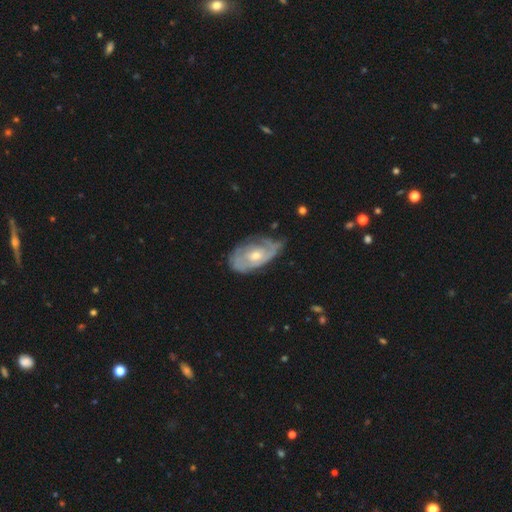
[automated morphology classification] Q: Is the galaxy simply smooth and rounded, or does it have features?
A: featured or disk — 79%.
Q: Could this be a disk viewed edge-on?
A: no — 94%.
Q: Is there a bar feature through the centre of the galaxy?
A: no — 71%.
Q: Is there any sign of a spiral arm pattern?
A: yes — 88%.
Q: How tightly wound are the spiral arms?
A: tight — 62%.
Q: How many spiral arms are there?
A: can't tell — 37%.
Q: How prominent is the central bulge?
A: moderate — 59%.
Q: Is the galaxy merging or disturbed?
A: none — 61%.